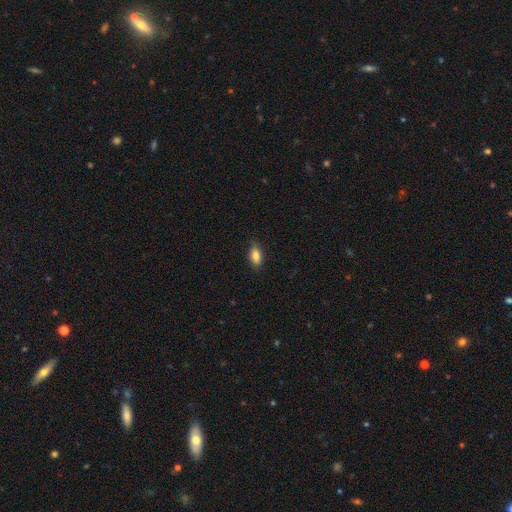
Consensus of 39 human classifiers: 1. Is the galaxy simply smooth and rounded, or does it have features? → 82% smooth, 10% featured or disk, 8% star or artifact.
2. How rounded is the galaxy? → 91% in between, 9% cigar-shaped, 0% round.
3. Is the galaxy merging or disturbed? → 81% none, 19% minor disturbance, 0% major disturbance, 0% merger.